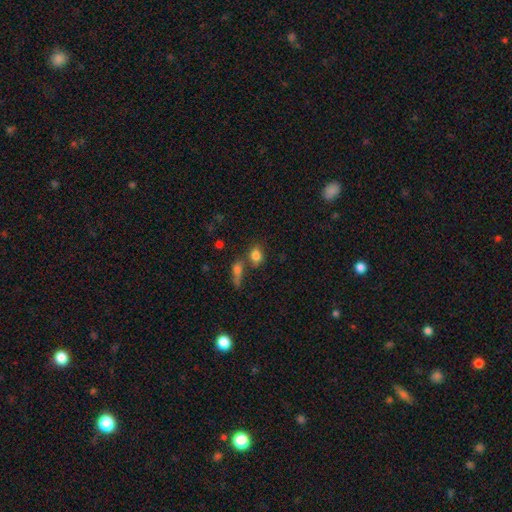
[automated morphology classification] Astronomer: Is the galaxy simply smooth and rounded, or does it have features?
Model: smooth — 81%.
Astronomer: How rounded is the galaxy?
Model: in between — 59% (runner-up: round, 38%).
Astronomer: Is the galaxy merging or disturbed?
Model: none — 55%.